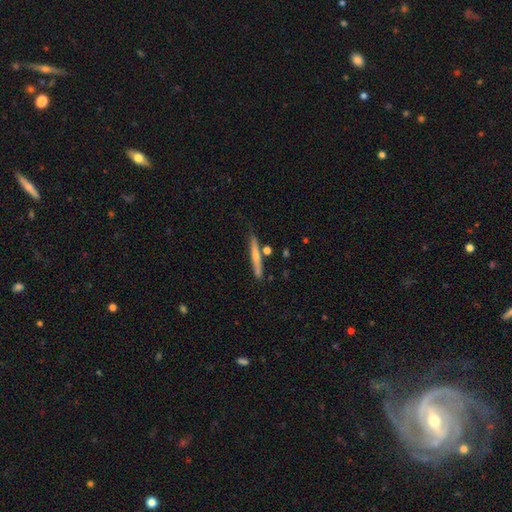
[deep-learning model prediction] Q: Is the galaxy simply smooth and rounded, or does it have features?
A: featured or disk — 52%.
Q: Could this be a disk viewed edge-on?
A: yes — 96%.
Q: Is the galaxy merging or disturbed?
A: none — 82%.